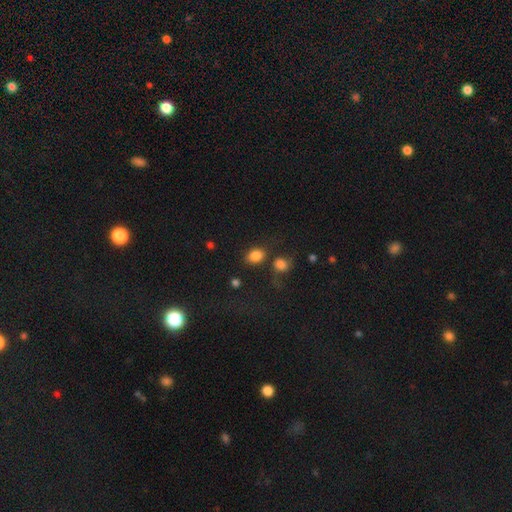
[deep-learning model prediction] Overall: smooth (84%). How rounded: in between (66%; round 33%). Merging: none (66%).